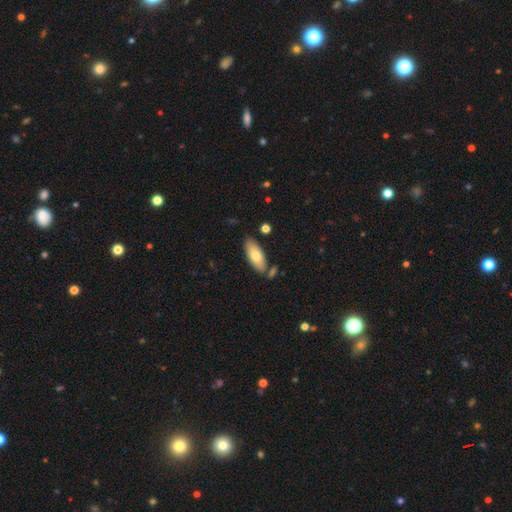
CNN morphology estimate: This appears to be a smooth galaxy with no disk features (73%) that is in between round and cigar-shaped (81%). Merging: none (79%).